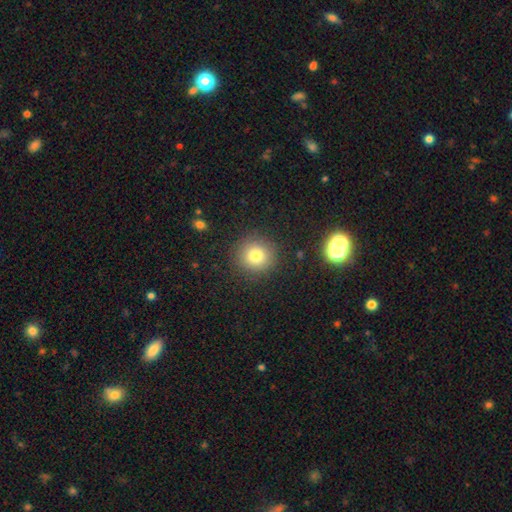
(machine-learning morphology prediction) The model was most divided on "smooth or featured": smooth: 78%, star or artifact: 13%, featured or disk: 9%. More confident: how rounded — round (91%); merging — none (88%).